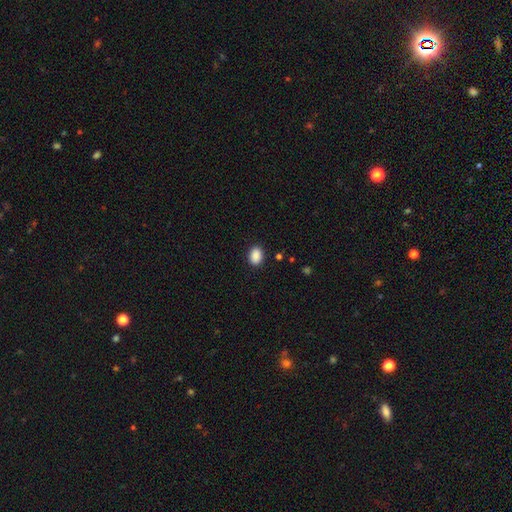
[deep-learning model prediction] Overall: smooth (89%). How rounded: in between (73%). Merging: none (89%).